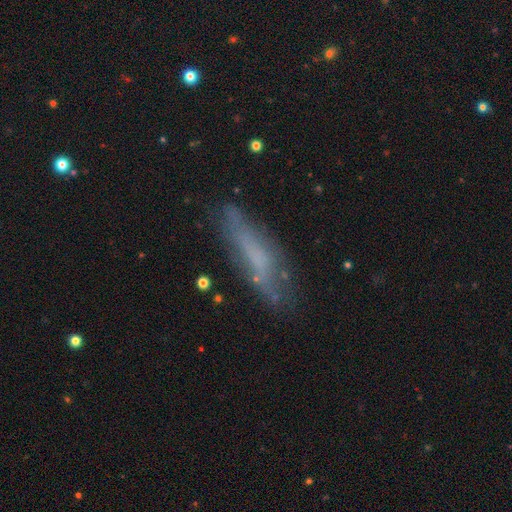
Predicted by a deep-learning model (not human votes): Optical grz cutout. It shows a smooth galaxy with no disk features (45%, tied with featured or disk). Merging: none (65%).